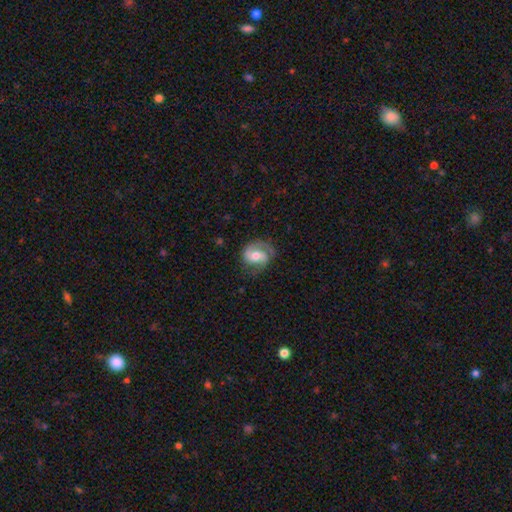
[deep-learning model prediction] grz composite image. It shows a featured or disk galaxy (73%) with no bar (42%), 2 (69%) medium (45%) spiral arms (92%) and a moderate central bulge (68%). Merging: none (64%).